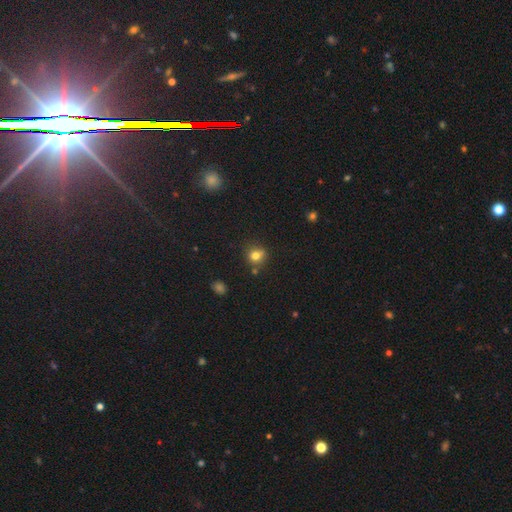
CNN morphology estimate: A smooth galaxy with no disk features (76%) that is round (85%). Merging: none (72%).